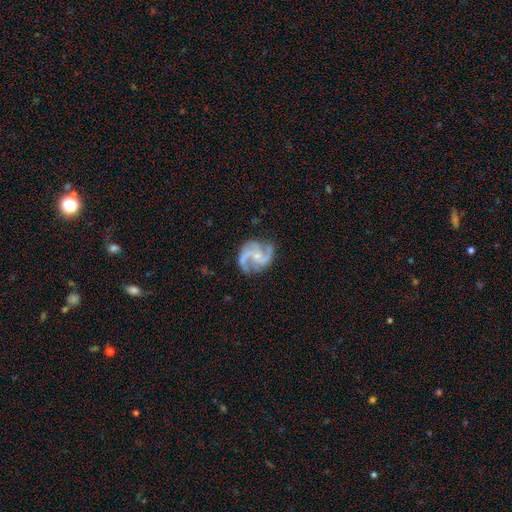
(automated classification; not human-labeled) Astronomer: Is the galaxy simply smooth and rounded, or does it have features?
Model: featured or disk — 90%.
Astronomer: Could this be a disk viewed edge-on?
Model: no — 98%.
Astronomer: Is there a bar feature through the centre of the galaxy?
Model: no — 59%.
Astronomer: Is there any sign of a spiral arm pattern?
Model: yes — 98%.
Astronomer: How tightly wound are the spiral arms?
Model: medium — 58%.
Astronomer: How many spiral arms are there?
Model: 2 — 45% (runner-up: 3, 41%).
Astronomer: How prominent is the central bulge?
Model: small — 67%.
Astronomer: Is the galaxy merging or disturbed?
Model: none — 74%.